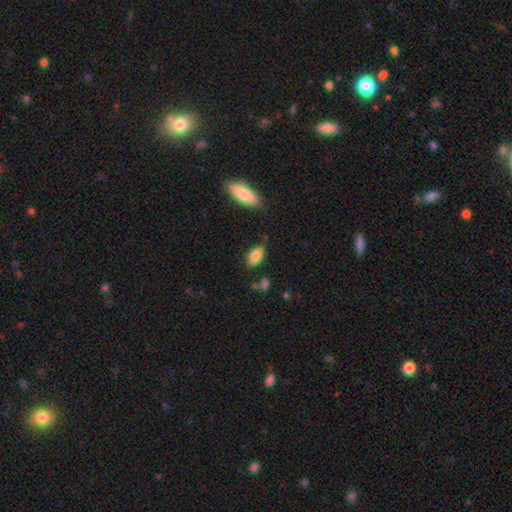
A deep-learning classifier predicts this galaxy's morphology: The model was most divided on "merging": none: 76%, minor disturbance: 17%, merger: 4%, major disturbance: 4%. More confident: how rounded — in between (91%); smooth or featured — smooth (84%).